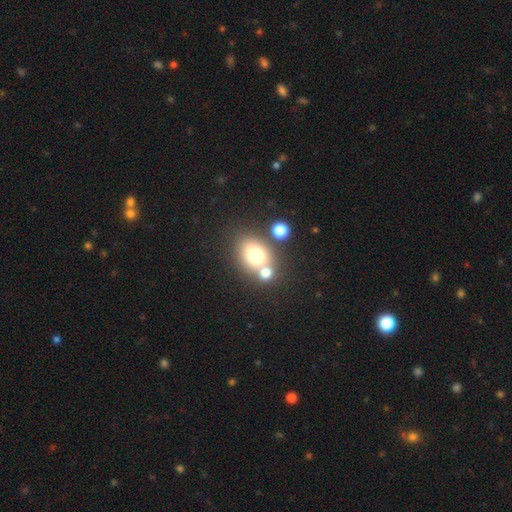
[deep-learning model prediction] Morphology: type=smooth (72%); roundness=in between (52%); merging=none (55%).